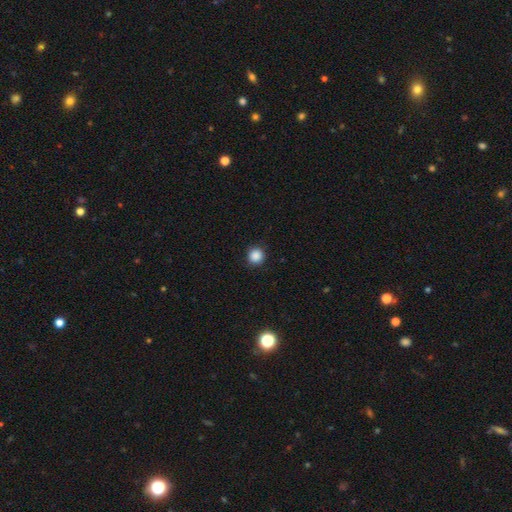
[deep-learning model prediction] Smooth or featured? Predicted: smooth (p=0.87). How rounded? Predicted: round (p=0.94). Merging? Predicted: none (p=0.91).